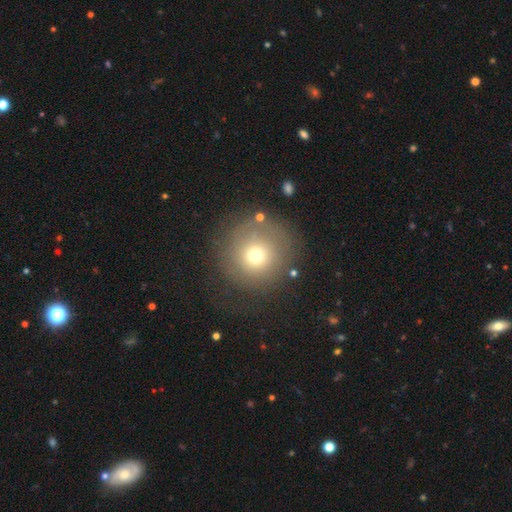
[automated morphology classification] smooth-or-featured: smooth: 68% | featured or disk: 17% | star or artifact: 15%
  how-rounded: round: 94% | in between: 5% | cigar-shaped: 1%
  merging: none: 76% | minor disturbance: 13% | major disturbance: 9% | merger: 3%